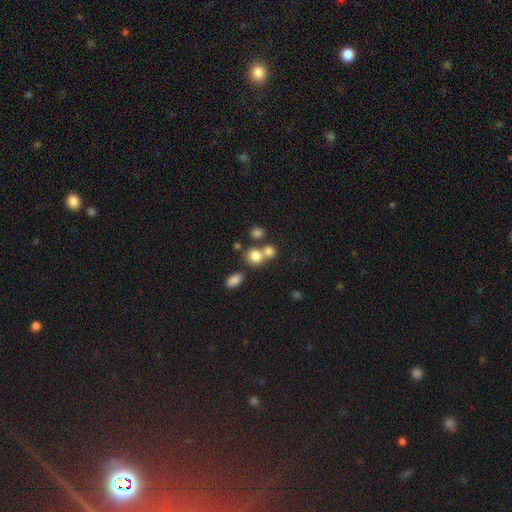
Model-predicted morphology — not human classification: Overall: smooth (79%). How rounded: round (75%). Merging: none (47%; merger 41%).